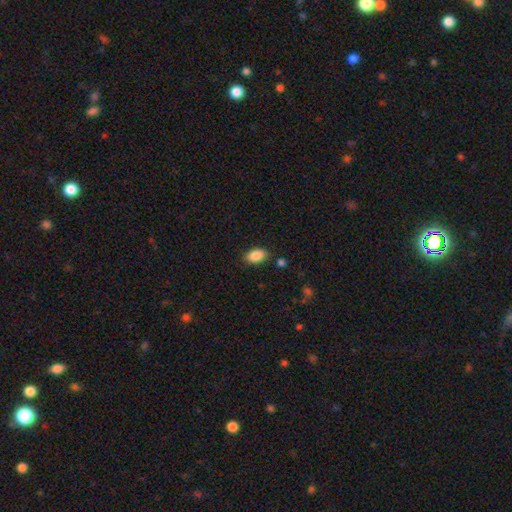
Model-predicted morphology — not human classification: This is clearly a smooth galaxy (88%). How rounded: clearly in between (91%). Merging: clearly none (83%).